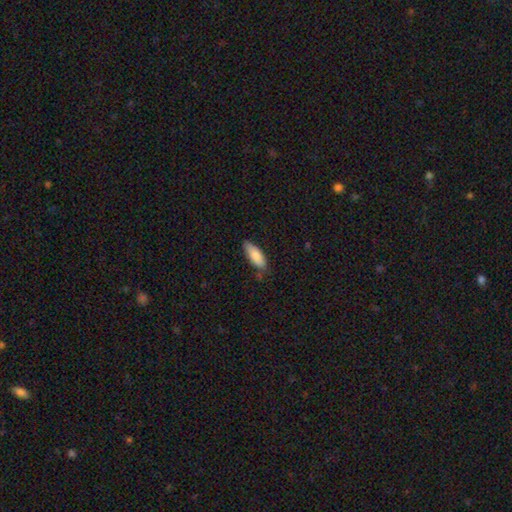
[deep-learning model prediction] Smooth or featured? smooth (83%)
How rounded? in between (71%)
Merging? none (72%)